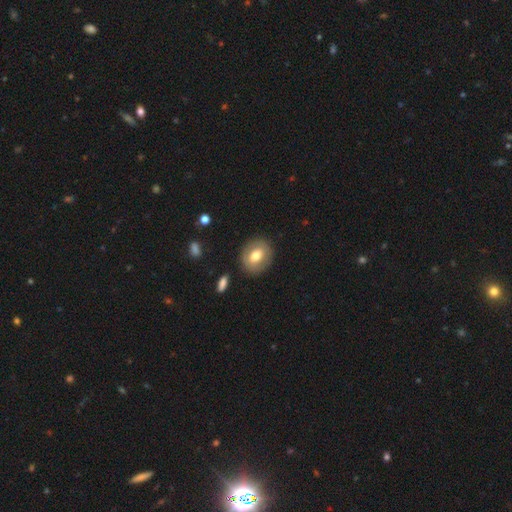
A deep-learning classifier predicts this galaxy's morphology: Overall: smooth (66%). How rounded: round (57%; in between 41%). Merging: none (86%).